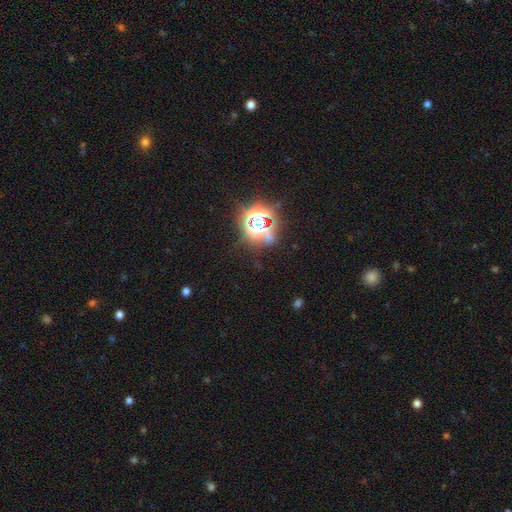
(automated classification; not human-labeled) This is clearly a star or artifact rather than a galaxy (81%).